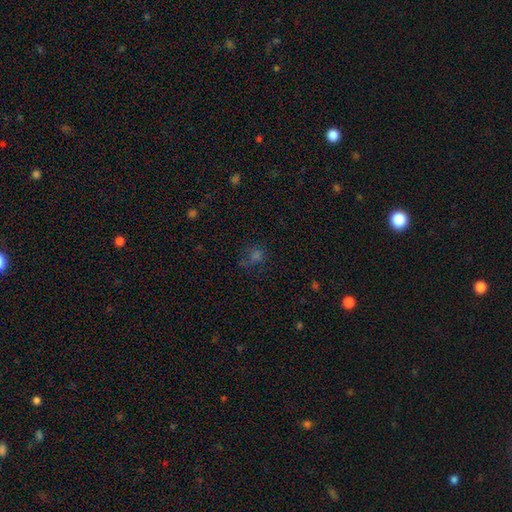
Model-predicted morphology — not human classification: Smooth or featured? smooth (48%)
Merging? none (58%)